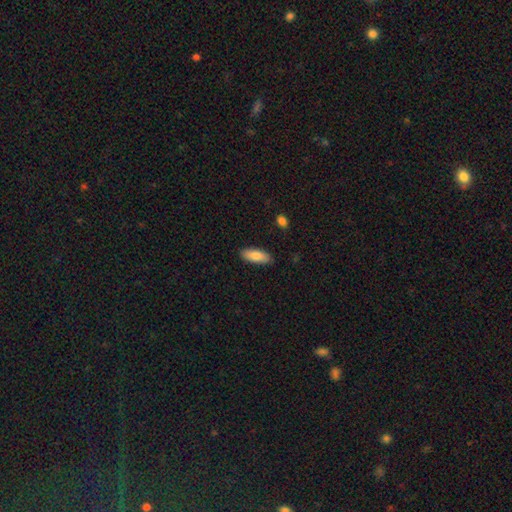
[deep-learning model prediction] A smooth galaxy with no disk features (83%) that is in between round and cigar-shaped (74%).

Vote fractions:
- Smooth or featured? smooth: 83% / featured or disk: 11% / star or artifact: 6%
- How rounded? in between: 74% / cigar-shaped: 25% / round: 2%
- Merging? none: 88% / minor disturbance: 9% / major disturbance: 2% / merger: 1%